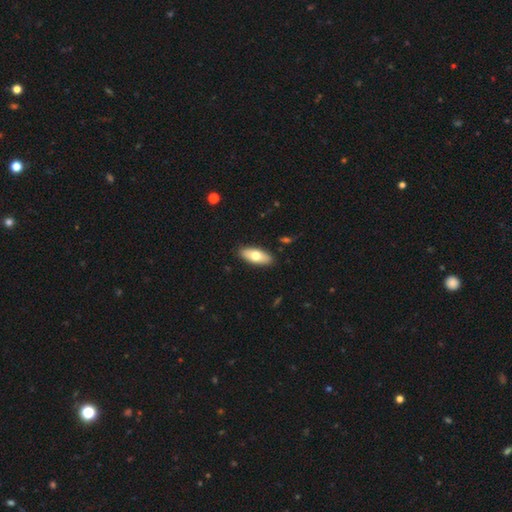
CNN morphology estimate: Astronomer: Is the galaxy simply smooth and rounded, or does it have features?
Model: smooth — 68%.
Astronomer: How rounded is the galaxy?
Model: in between — 82%.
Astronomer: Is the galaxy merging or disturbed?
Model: none — 89%.